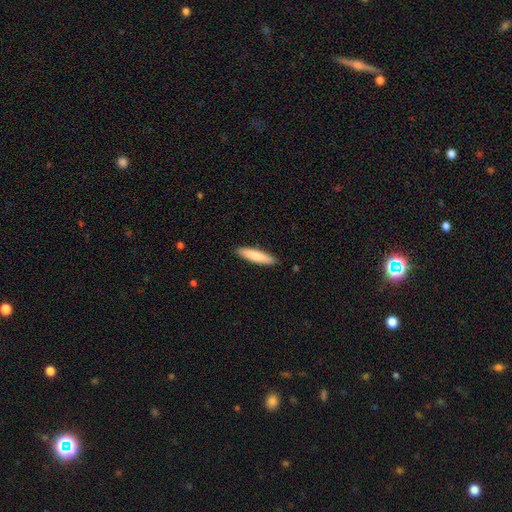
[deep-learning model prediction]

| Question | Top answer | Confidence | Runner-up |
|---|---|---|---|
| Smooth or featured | smooth | 81% | featured or disk (14%) |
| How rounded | cigar-shaped | 82% | in between (17%) |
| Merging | none | 89% | minor disturbance (8%) |